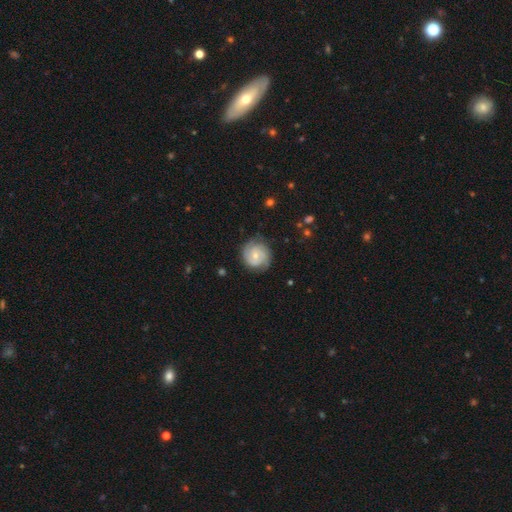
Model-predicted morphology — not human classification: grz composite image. It shows a featured or disk galaxy (67%) with no bar (69%), 2 (58%) tight (60%) spiral arms (91%) and a small central bulge (59%). Merging: none (78%).